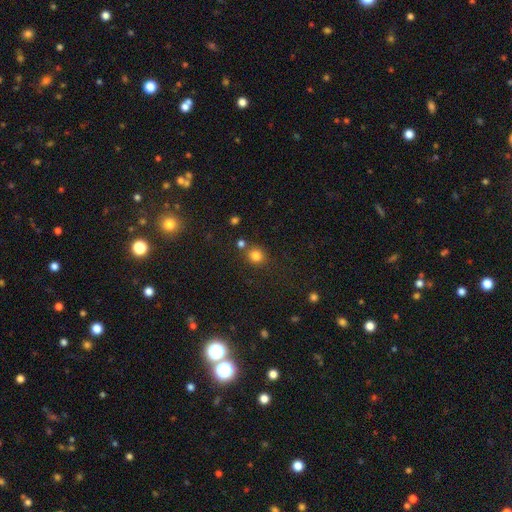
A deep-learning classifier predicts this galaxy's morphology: smooth_or_featured: smooth (p=0.81) [alt: star or artifact p=0.14]
how_rounded: round (p=0.85) [alt: in between p=0.14]
merging: none (p=0.76) [alt: merger p=0.12]